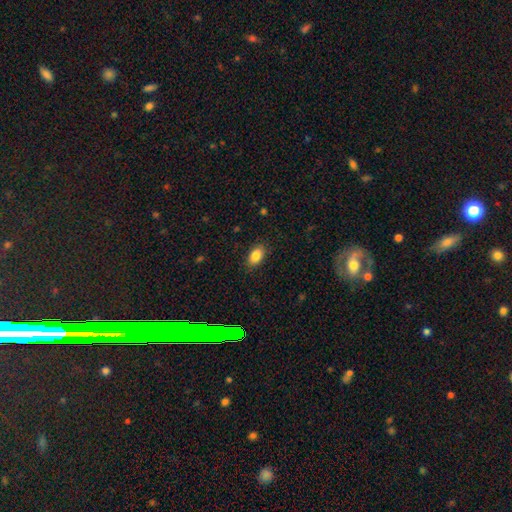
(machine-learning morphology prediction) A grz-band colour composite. It shows a smooth galaxy with no disk features (85%) that is in between round and cigar-shaped (89%). Merging: none (87%).